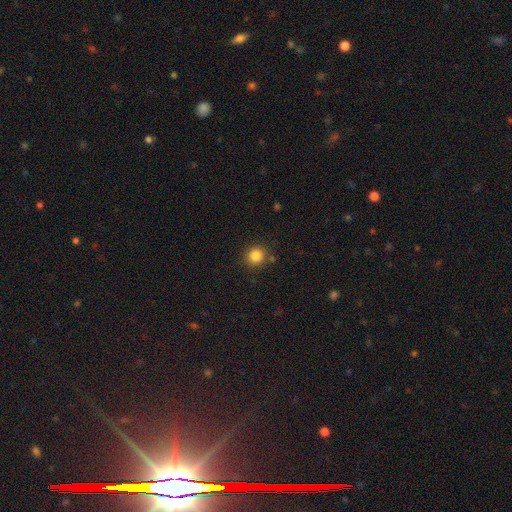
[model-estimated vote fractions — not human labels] A smooth galaxy with no disk features (84%) that is round (91%). Merging: none (87%).